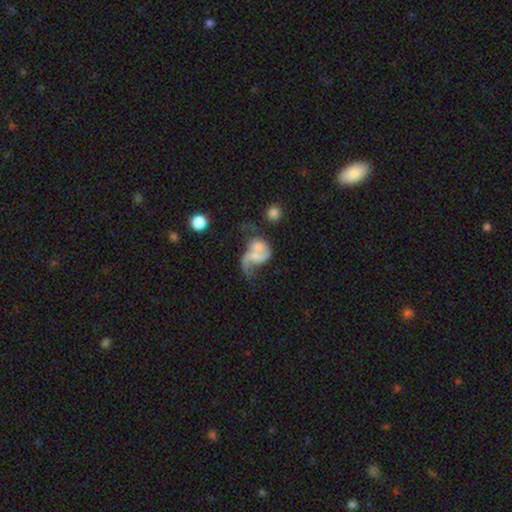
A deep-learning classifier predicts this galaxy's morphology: A featured or disk galaxy (66%) with no bar (61%), 2 (61%) loose (66%) spiral arms (78%) and a small central bulge (38%).

Vote fractions:
- Smooth or featured? featured or disk: 66% / smooth: 26% / star or artifact: 8%
- Edge-on disk? no: 97% / yes: 3%
- Bar? no: 61% / weak: 31% / strong: 8%
- Spiral arms? yes: 78% / no: 22%
- Spiral winding? loose: 66% / medium: 27% / tight: 7%
- Spiral arm count? 2: 61% / 1: 29% / can't tell: 6% / 3: 1% / 4: 1% / more than 4: 1%
- Bulge size? small: 38% / moderate: 34% / none: 21% / large: 6% / dominant: 2%
- Merging? merger: 53% / major disturbance: 22% / none: 15% / minor disturbance: 10%